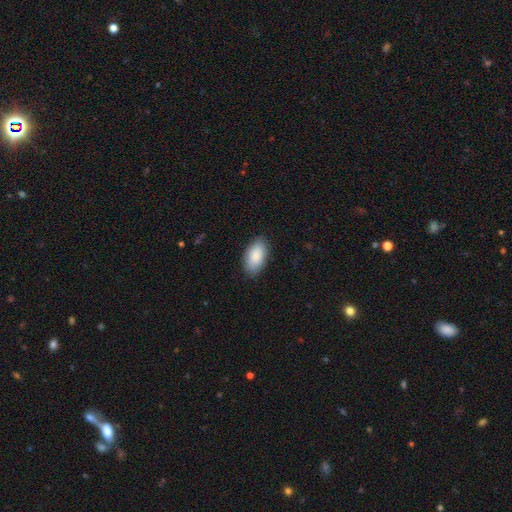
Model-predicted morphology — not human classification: Overall: smooth (89%). How rounded: in between (95%). Merging: none (87%).